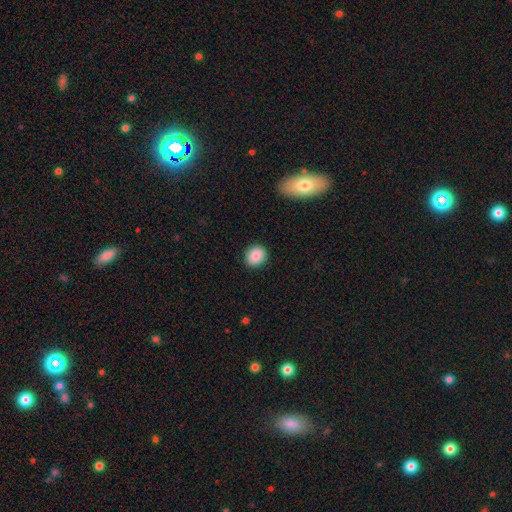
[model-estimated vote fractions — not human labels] Smooth or featured: smooth — 87% (star or artifact — 8%)
How rounded: round — 74% (in between — 25%)
Merging: none — 90% (minor disturbance — 7%)